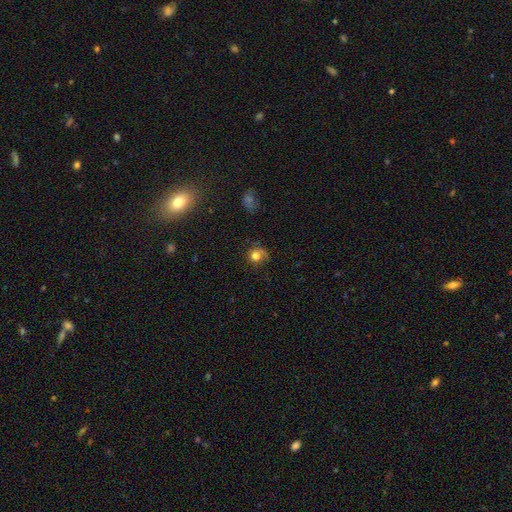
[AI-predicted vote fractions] smooth_or_featured: smooth (p=0.73) [alt: featured or disk p=0.15]
how_rounded: round (p=0.82) [alt: in between p=0.17]
merging: none (p=0.55) [alt: minor disturbance p=0.25]